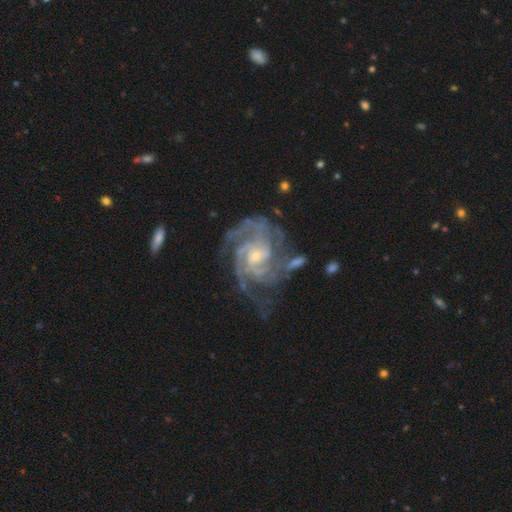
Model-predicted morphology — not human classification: A featured or disk galaxy (92%) with no bar (59%), 4 (33%) tight (63%) spiral arms (98%) and a small central bulge (75%).

Vote fractions:
- Smooth or featured? featured or disk: 92% / star or artifact: 5% / smooth: 3%
- Edge-on disk? no: 98% / yes: 2%
- Bar? no: 59% / weak: 31% / strong: 10%
- Spiral arms? yes: 98% / no: 2%
- Spiral winding? tight: 63% / medium: 32% / loose: 4%
- Spiral arm count? 4: 33% / 3: 25% / can't tell: 14% / 2: 12% / more than 4: 9% / 1: 6%
- Bulge size? small: 75% / moderate: 20% / none: 2% / large: 1% / dominant: 1%
- Merging? none: 61% / minor disturbance: 20% / major disturbance: 13% / merger: 5%